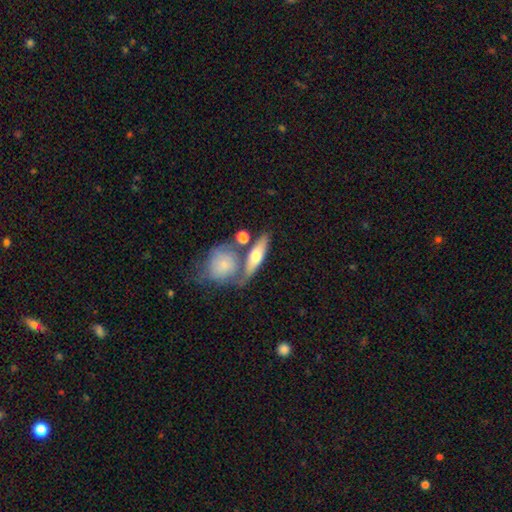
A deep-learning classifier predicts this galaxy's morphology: Overall: smooth (55%; featured or disk 39%). How rounded: in between (47%; cigar-shaped 42%). Merging: none (53%; merger 29%).